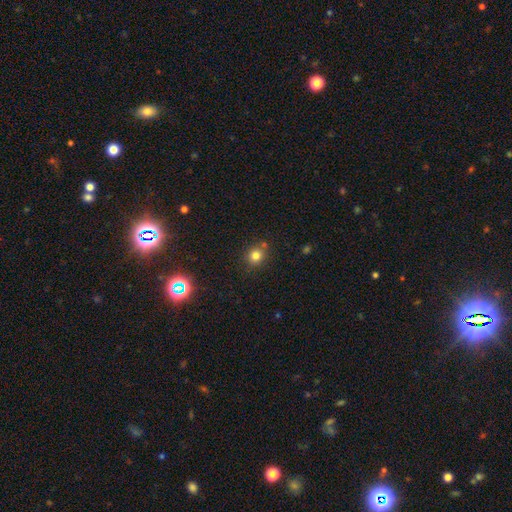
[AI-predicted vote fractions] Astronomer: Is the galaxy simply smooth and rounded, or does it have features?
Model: smooth — 78%.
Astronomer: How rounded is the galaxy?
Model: round — 83%.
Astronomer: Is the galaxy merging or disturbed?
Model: none — 78%.